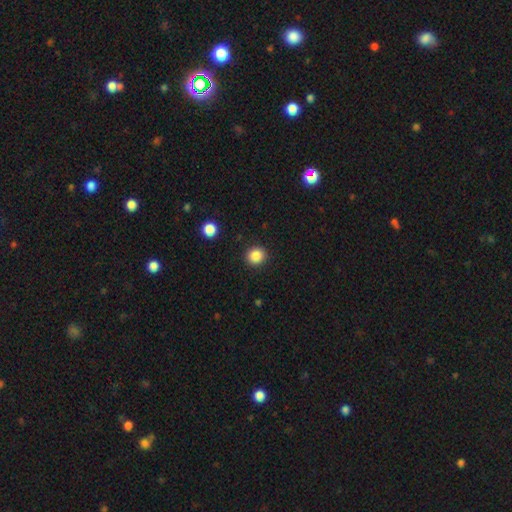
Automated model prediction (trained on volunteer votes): A smooth galaxy with no disk features (86%) that is round (88%).

Vote fractions:
- Smooth or featured? smooth: 86% / star or artifact: 10% / featured or disk: 3%
- How rounded? round: 88% / in between: 11% / cigar-shaped: 1%
- Merging? none: 91% / minor disturbance: 6% / major disturbance: 2% / merger: 1%